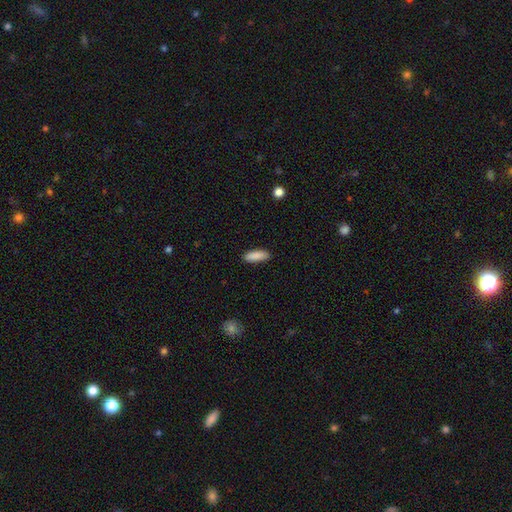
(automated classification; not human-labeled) Morphology: type=smooth (89%); roundness=in between (60%); merging=none (88%).